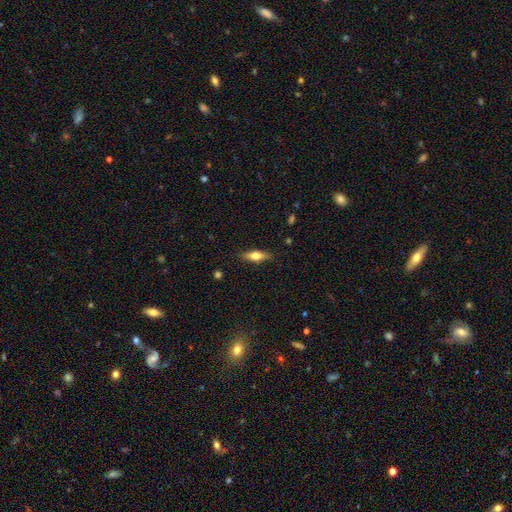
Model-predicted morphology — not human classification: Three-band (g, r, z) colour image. It shows a smooth galaxy with no disk features (55%) that is in between round and cigar-shaped (49%). Merging: none (86%).